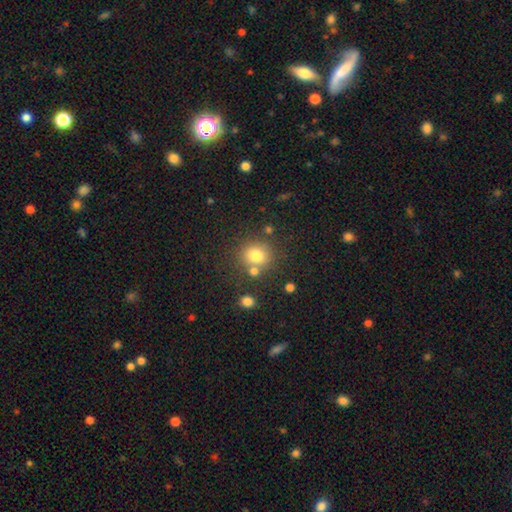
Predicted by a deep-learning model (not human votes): Overall: smooth (77%). How rounded: round (83%). Merging: none (68%).